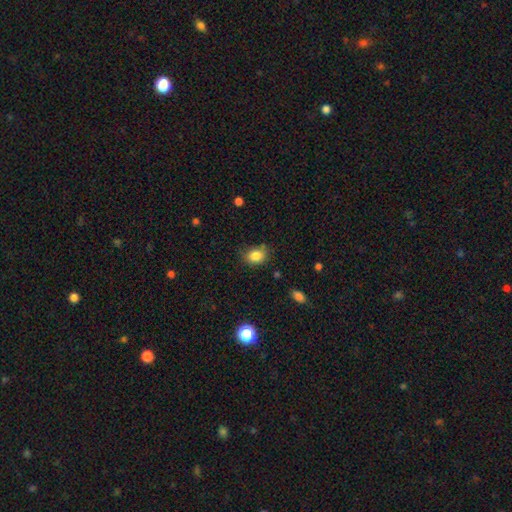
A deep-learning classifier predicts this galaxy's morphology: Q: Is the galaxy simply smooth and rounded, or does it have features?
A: smooth — 84%.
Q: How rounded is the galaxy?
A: in between — 54%.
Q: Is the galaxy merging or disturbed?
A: none — 75%.